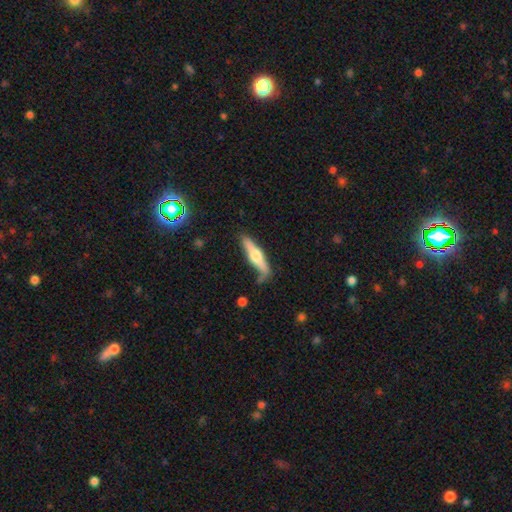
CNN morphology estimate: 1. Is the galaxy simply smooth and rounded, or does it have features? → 56% featured or disk, 39% smooth, 5% star or artifact.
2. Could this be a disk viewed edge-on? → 93% yes, 7% no.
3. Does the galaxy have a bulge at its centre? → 91% rounded, 6% boxy, 4% none.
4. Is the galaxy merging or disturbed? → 70% none, 20% minor disturbance, 5% major disturbance, 4% merger.